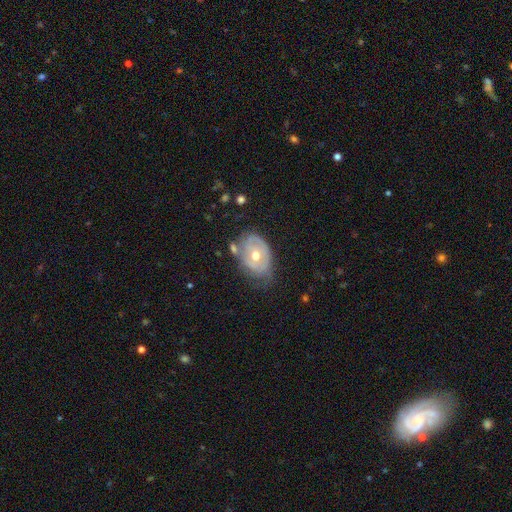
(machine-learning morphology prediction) Overall: featured or disk (66%; smooth 27%). Edge-on disk: no (95%). Bar: no (81%). Spiral arms: yes (62%; no 38%). Bulge size: moderate (74%). Merging: none (48%; minor disturbance 31%).